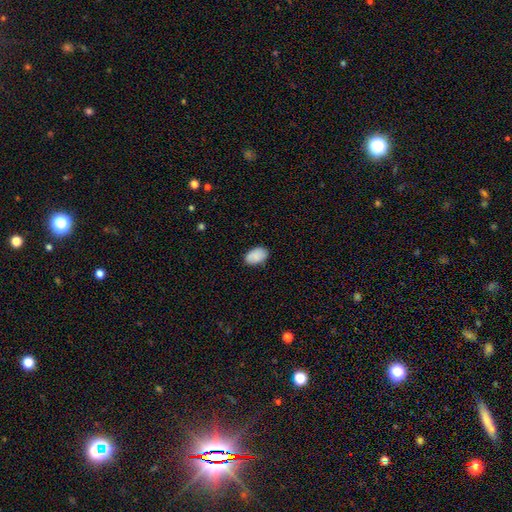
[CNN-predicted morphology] A smooth galaxy with no disk features (89%) that is in between round and cigar-shaped (92%).

Vote fractions:
- Smooth or featured? smooth: 89% / star or artifact: 7% / featured or disk: 4%
- How rounded? in between: 92% / round: 7% / cigar-shaped: 1%
- Merging? none: 85% / minor disturbance: 11% / major disturbance: 2% / merger: 1%